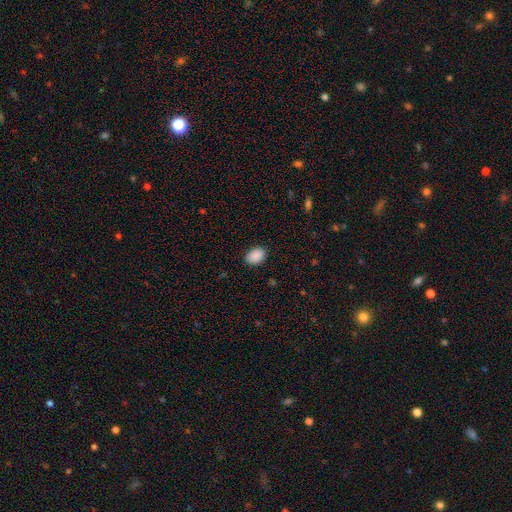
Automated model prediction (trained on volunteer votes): Smooth or featured? smooth (90%)
How rounded? in between (78%)
Merging? none (85%)